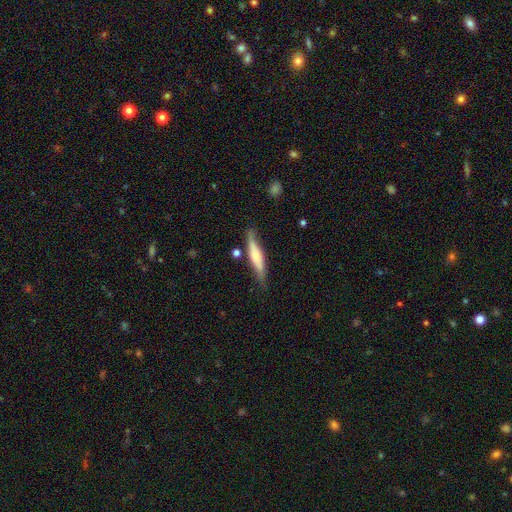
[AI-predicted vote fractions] smooth_or_featured: smooth (p=0.52) [alt: featured or disk p=0.42]
how_rounded: cigar-shaped (p=0.86) [alt: in between p=0.13]
merging: none (p=0.75) [alt: minor disturbance p=0.18]